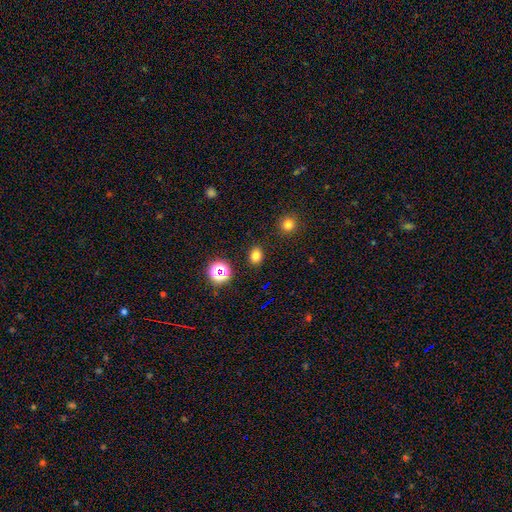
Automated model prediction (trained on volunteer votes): Smooth or featured: smooth — 76% (star or artifact — 18%)
How rounded: in between — 51% (round — 48%)
Merging: none — 88% (minor disturbance — 8%)